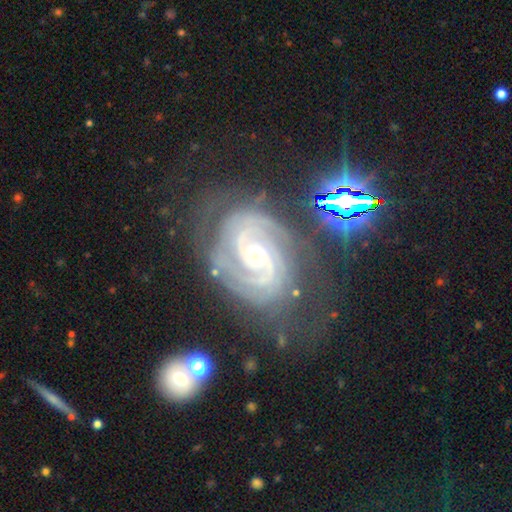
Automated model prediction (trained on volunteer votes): Overall: featured or disk (90%). Edge-on disk: no (97%). Bar: no (46%; weak 38%). Spiral arms: yes (98%). Spiral arm count: 2 (68%). Spiral winding: tight (66%; medium 30%). Bulge size: moderate (49%; small 47%). Merging: none (68%).